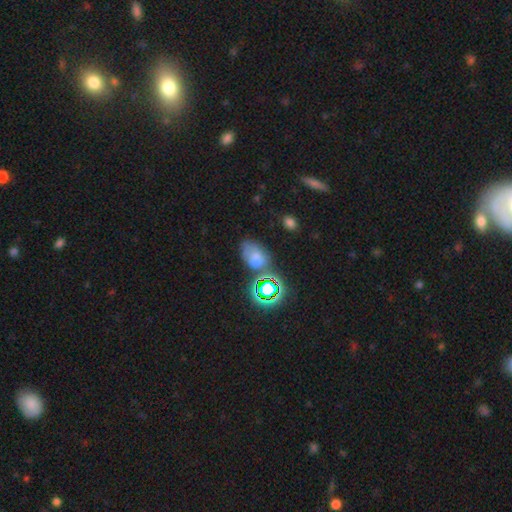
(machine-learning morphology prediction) Smooth or featured: smooth — 56% (star or artifact — 27%)
How rounded: in between — 82% (round — 17%)
Merging: none — 48% (minor disturbance — 25%)